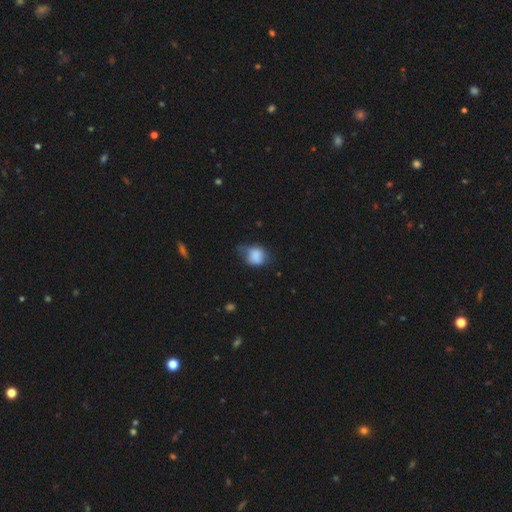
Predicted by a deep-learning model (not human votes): This is likely a smooth galaxy (77%). How rounded: possibly round (53%). Merging: marginally minor disturbance (40%).